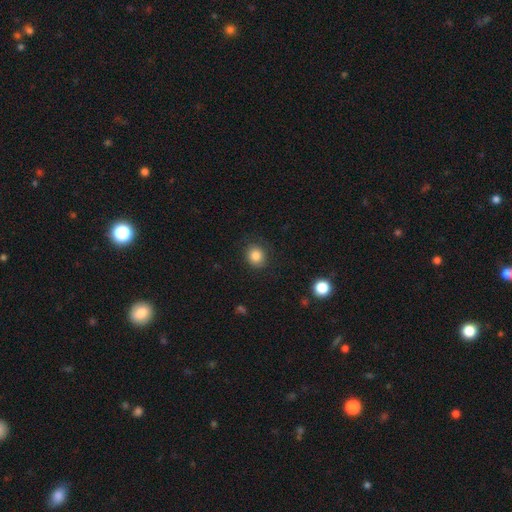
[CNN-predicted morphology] Smooth or featured? Predicted: smooth (p=0.84). How rounded? Predicted: round (p=0.76). Merging? Predicted: none (p=0.85).